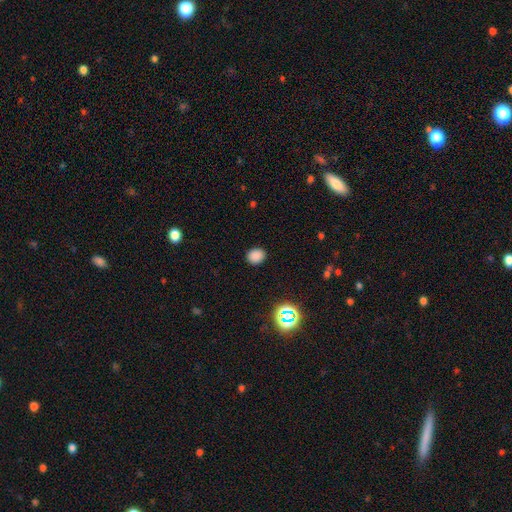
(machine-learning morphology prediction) type=smooth (83%); roundness=round (60%); merging=none (89%).